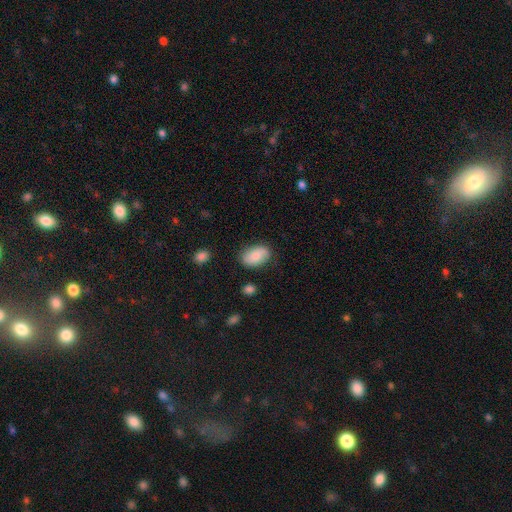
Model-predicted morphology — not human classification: Smooth or featured? smooth (75%)
How rounded? in between (90%)
Merging? none (79%)